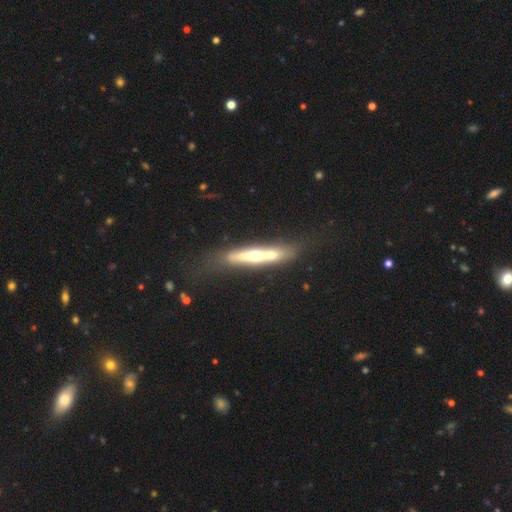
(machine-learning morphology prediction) A featured or disk galaxy (62%) viewed edge-on (81%) with a rounded central bulge (87%).

Vote fractions:
- Smooth or featured? featured or disk: 62% / smooth: 32% / star or artifact: 7%
- Edge-on disk? yes: 81% / no: 19%
- Edge-on bulge? rounded: 87% / none: 8% / boxy: 5%
- Merging? none: 45% / merger: 31% / minor disturbance: 16% / major disturbance: 9%